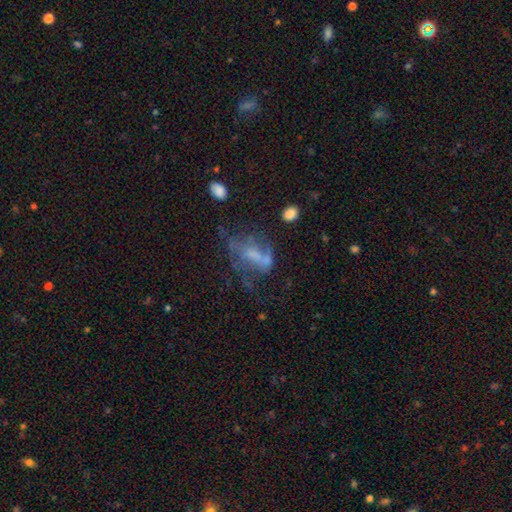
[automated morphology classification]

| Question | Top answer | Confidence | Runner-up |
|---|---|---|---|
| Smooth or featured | featured or disk | 54% | smooth (30%) |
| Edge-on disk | no | 94% | yes (6%) |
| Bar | no | 65% | weak (26%) |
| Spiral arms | no | 68% | yes (32%) |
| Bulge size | none | 41% | small (27%) |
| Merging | major disturbance | 36% | none (31%) |